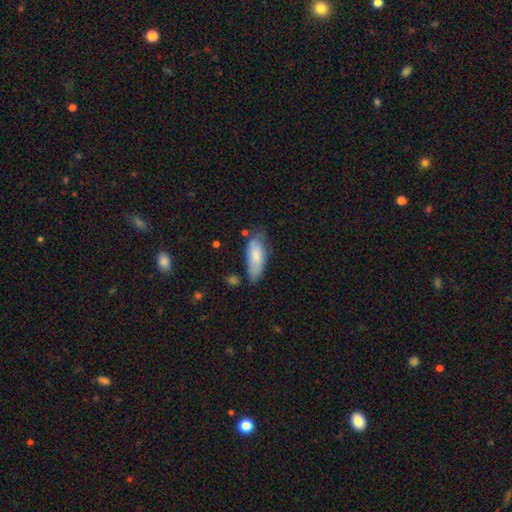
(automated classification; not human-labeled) A smooth galaxy with no disk features (78%) that is in between round and cigar-shaped (75%).

Vote fractions:
- Smooth or featured? smooth: 78% / featured or disk: 16% / star or artifact: 6%
- How rounded? in between: 75% / cigar-shaped: 23% / round: 2%
- Merging? none: 56% / minor disturbance: 31% / major disturbance: 8% / merger: 4%